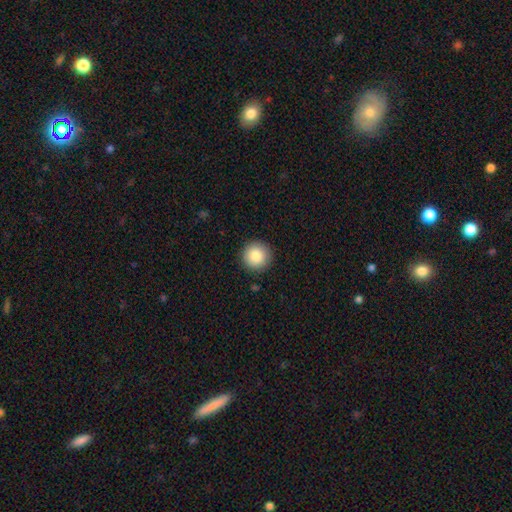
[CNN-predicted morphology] A smooth galaxy with no disk features (86%) that is round (96%). Merging: none (91%).